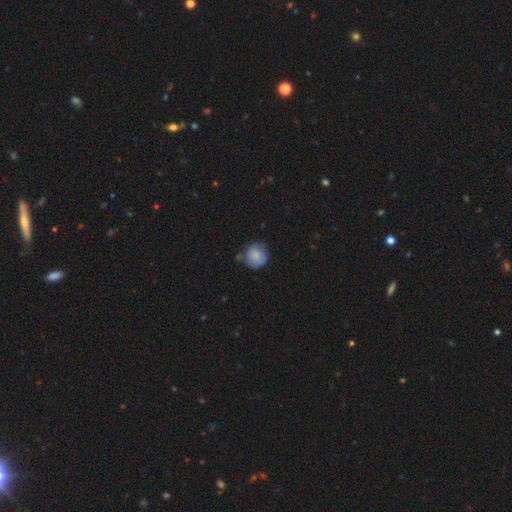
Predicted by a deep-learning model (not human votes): smooth_or_featured: smooth (p=0.78) [alt: featured or disk p=0.14]
how_rounded: round (p=0.84) [alt: in between p=0.15]
merging: none (p=0.59) [alt: minor disturbance p=0.28]